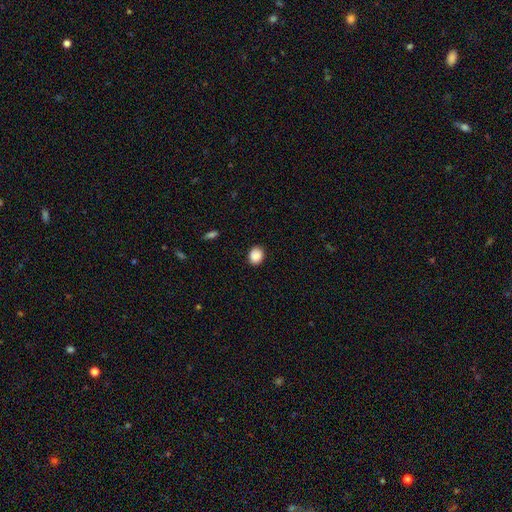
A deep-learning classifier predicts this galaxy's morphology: A smooth galaxy with no disk features (89%) that is round (57%).

Vote fractions:
- Smooth or featured? smooth: 89% / star or artifact: 8% / featured or disk: 3%
- How rounded? round: 57% / in between: 42% / cigar-shaped: 1%
- Merging? none: 89% / minor disturbance: 8% / major disturbance: 2% / merger: 1%